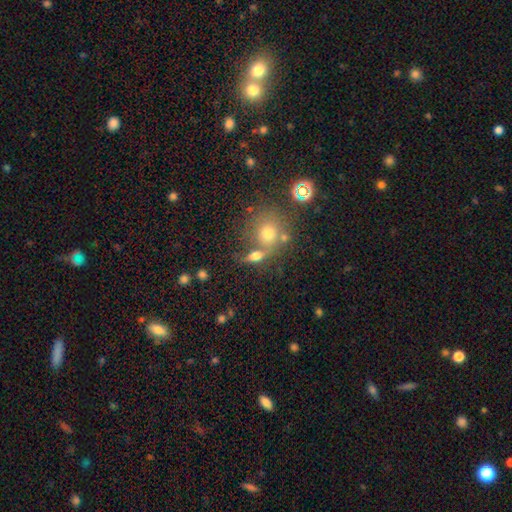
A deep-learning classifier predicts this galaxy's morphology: Overall: smooth (64%). How rounded: in between (57%; round 29%). Merging: none (51%; merger 29%).